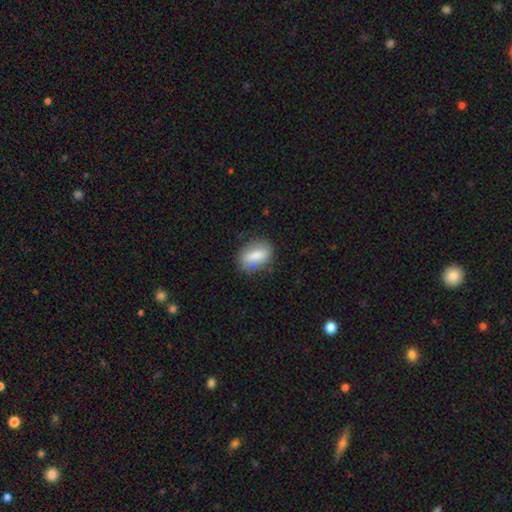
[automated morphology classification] Smooth or featured? smooth (75%)
How rounded? in between (82%)
Merging? none (80%)